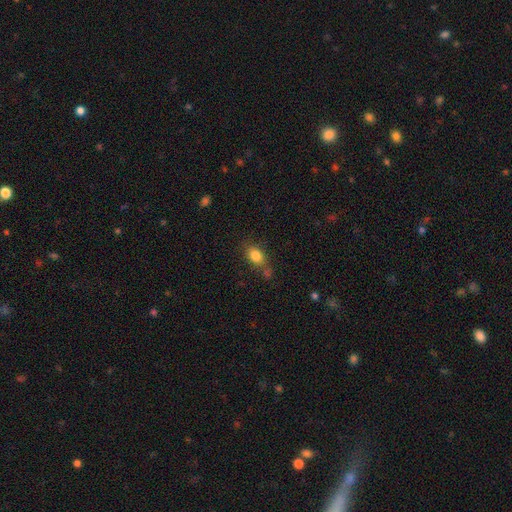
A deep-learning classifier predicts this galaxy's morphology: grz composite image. It shows a smooth galaxy with no disk features (83%) that is in between round and cigar-shaped (76%). Merging: none (65%).